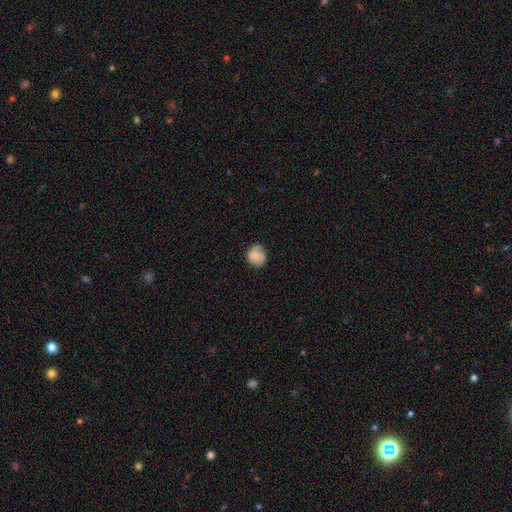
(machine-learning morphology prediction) smooth 79%, featured or disk 13%, star or artifact 8%. Down the decision tree: how rounded — round (84%); merging — none (68%).